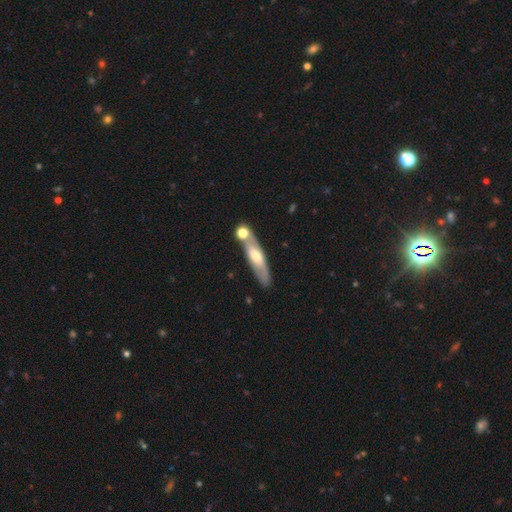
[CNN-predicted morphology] A featured or disk galaxy (54%) viewed edge-on (60%).

Vote fractions:
- Smooth or featured? featured or disk: 54% / smooth: 40% / star or artifact: 6%
- Edge-on disk? yes: 60% / no: 40%
- Merging? none: 69% / merger: 15% / minor disturbance: 13% / major disturbance: 3%